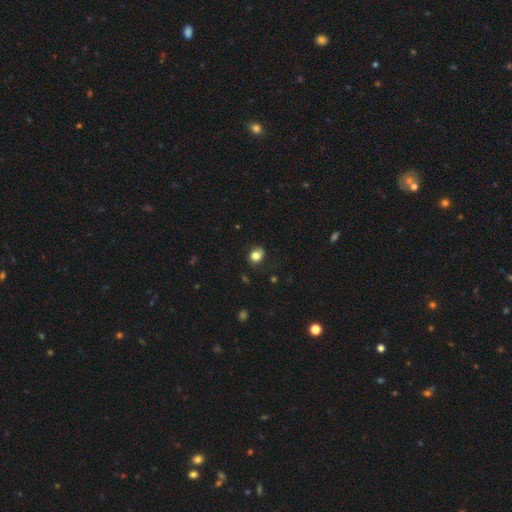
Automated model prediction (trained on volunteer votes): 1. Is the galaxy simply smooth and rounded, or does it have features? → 79% smooth, 11% featured or disk, 10% star or artifact.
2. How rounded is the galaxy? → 54% round, 45% in between, 1% cigar-shaped.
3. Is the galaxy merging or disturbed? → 72% none, 20% minor disturbance, 6% major disturbance, 2% merger.